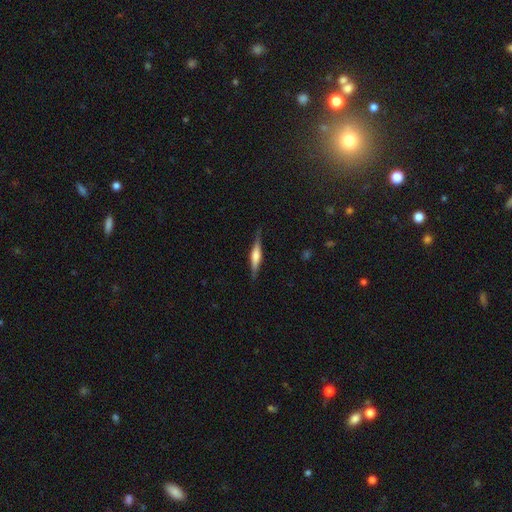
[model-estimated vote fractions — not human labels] Q: Smooth or featured?
A: featured or disk (63%); runner-up: smooth (31%)
Q: Edge-on disk?
A: yes (97%); runner-up: no (3%)
Q: Edge-on bulge?
A: rounded (69%); runner-up: boxy (24%)
Q: Merging?
A: none (86%); runner-up: minor disturbance (11%)